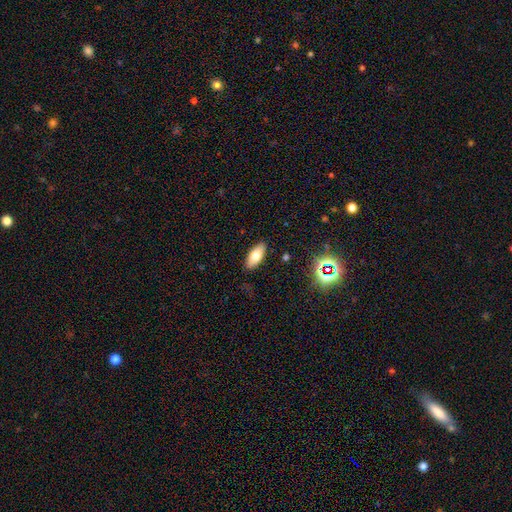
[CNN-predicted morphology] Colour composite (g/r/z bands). It shows a smooth galaxy with no disk features (72%) that is in between round and cigar-shaped (83%). Merging: none (88%).